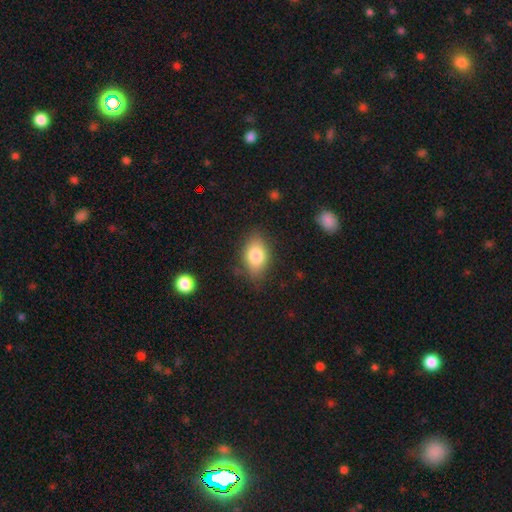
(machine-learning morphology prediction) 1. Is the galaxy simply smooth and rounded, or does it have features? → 80% smooth, 12% featured or disk, 8% star or artifact.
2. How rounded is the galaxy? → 85% in between, 13% round, 2% cigar-shaped.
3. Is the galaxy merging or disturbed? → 77% none, 17% minor disturbance, 4% major disturbance, 2% merger.